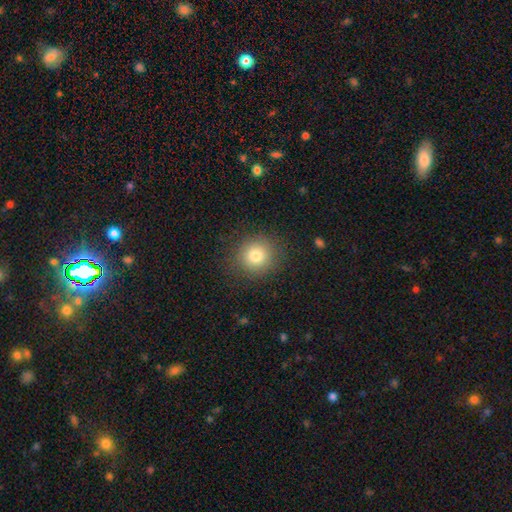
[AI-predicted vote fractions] Q: Smooth or featured?
A: smooth (79%); runner-up: star or artifact (12%)
Q: How rounded?
A: round (91%); runner-up: in between (8%)
Q: Merging?
A: none (87%); runner-up: minor disturbance (8%)